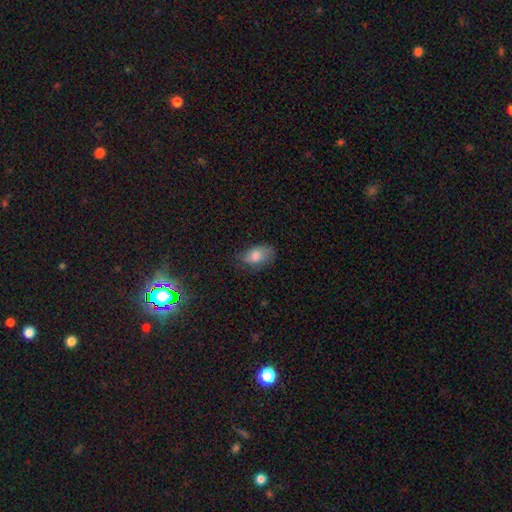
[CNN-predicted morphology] Smooth or featured?
  - smooth: 76% *
  - featured or disk: 17%
  - star or artifact: 8%
How rounded?
  - in between: 90% *
  - round: 9%
  - cigar-shaped: 2%
Merging?
  - none: 61% *
  - minor disturbance: 28%
  - major disturbance: 9%
  - merger: 1%